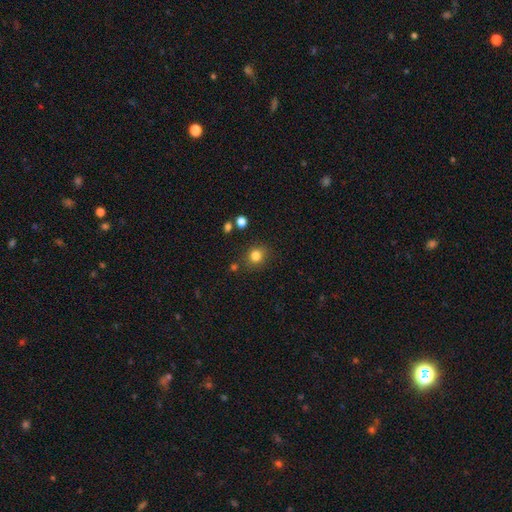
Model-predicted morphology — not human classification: Smooth or featured? smooth (82%)
How rounded? round (79%)
Merging? none (83%)